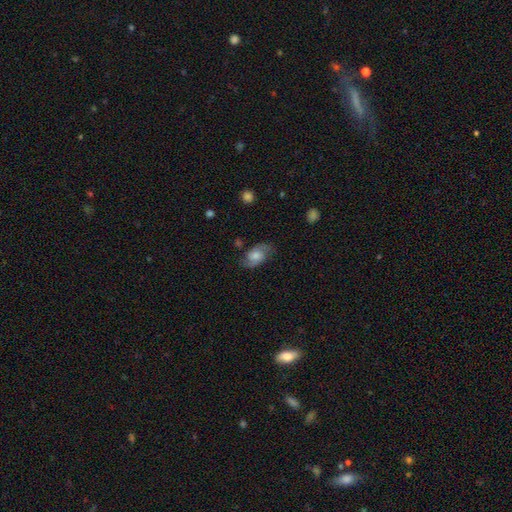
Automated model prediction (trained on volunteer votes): This is possibly a featured or disk galaxy (51%). It is clearly not viewed edge-on (95%). Merging: likely none (73%).